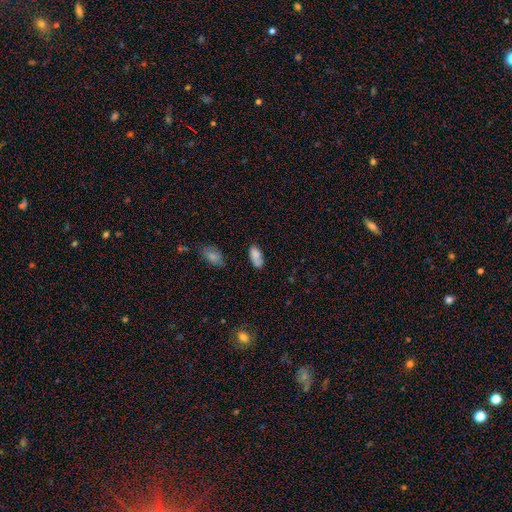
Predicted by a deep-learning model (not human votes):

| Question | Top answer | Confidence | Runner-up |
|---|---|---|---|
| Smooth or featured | smooth | 78% | featured or disk (12%) |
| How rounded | in between | 92% | cigar-shaped (4%) |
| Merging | none | 61% | minor disturbance (25%) |